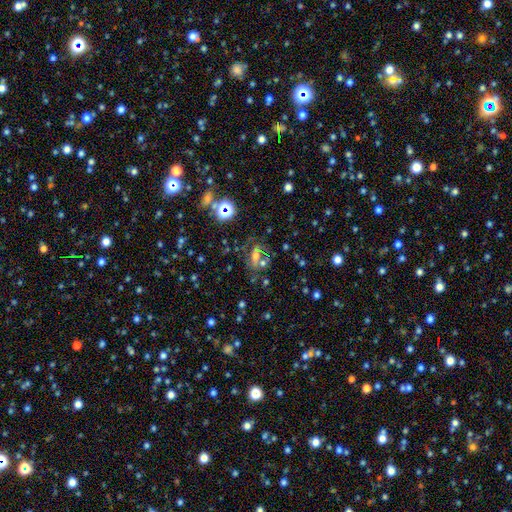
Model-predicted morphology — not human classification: featured or disk 35%, smooth 33%, star or artifact 32%. Down the decision tree: merging — none (47%).